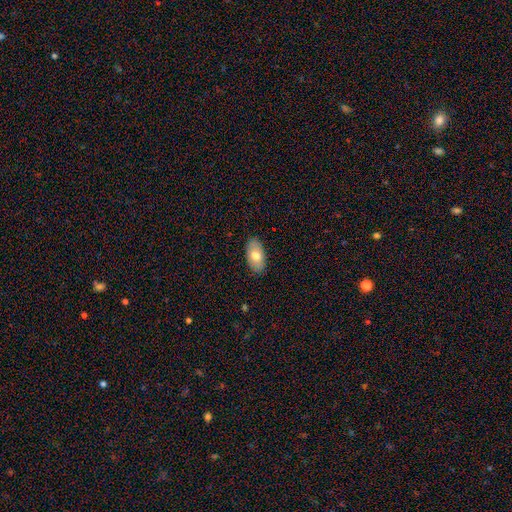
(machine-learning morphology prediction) Smooth or featured: smooth — 73% (featured or disk — 21%)
How rounded: in between — 94% (round — 3%)
Merging: none — 88% (minor disturbance — 9%)